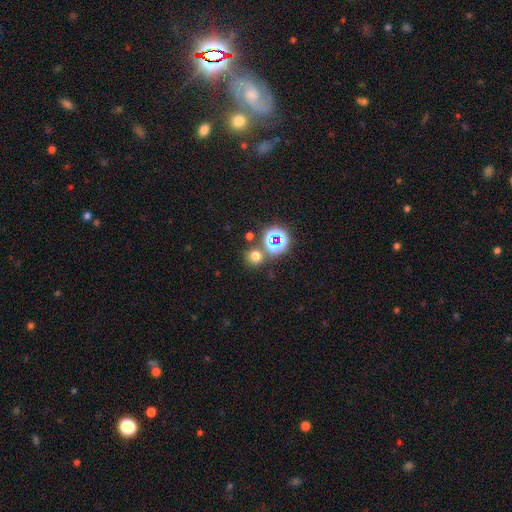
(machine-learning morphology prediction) This appears to be a smooth galaxy with no disk features (64%) that is round (88%). Merging: none (75%).